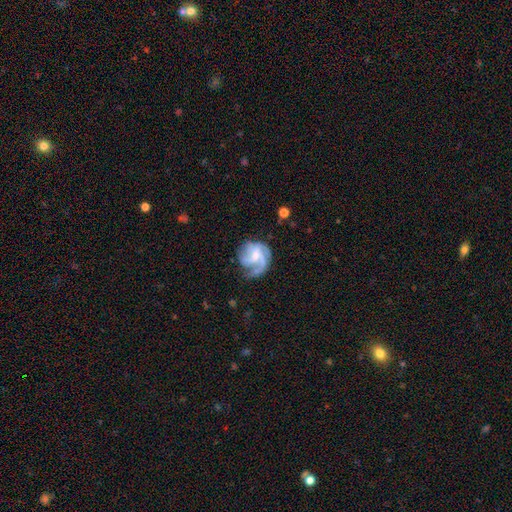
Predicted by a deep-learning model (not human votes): Smooth or featured?
  - featured or disk: 83% *
  - smooth: 11%
  - star or artifact: 6%
Edge-on disk?
  - no: 98% *
  - yes: 2%
Bar?
  - no: 46% *
  - weak: 44%
  - strong: 10%
Spiral arms?
  - yes: 96% *
  - no: 4%
Spiral winding?
  - medium: 46% *
  - tight: 36%
  - loose: 18%
Spiral arm count?
  - 3: 46% *
  - 2: 16%
  - can't tell: 15%
  - 4: 11%
  - 1: 7%
  - more than 4: 5%
Bulge size?
  - small: 51% *
  - moderate: 37%
  - none: 9%
  - large: 3%
  - dominant: 1%
Merging?
  - none: 61% *
  - minor disturbance: 21%
  - major disturbance: 16%
  - merger: 2%